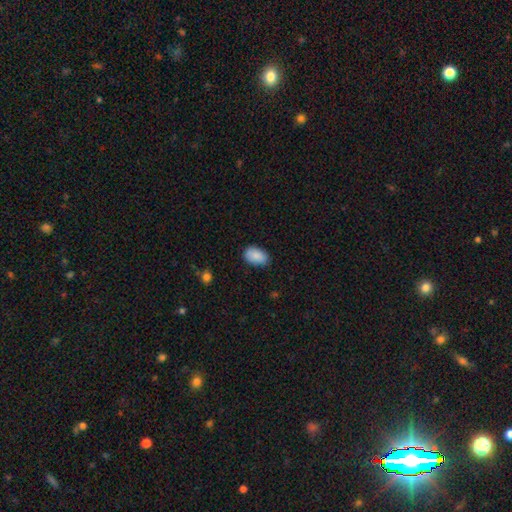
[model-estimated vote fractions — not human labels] This appears to be a smooth galaxy with no disk features (88%) that is in between round and cigar-shaped (91%). Merging: none (78%).